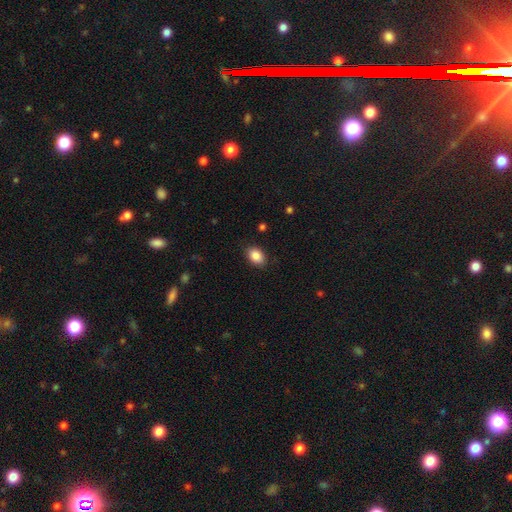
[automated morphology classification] Q: Smooth or featured?
A: smooth (87%); runner-up: star or artifact (8%)
Q: How rounded?
A: in between (81%); runner-up: round (18%)
Q: Merging?
A: none (86%); runner-up: minor disturbance (11%)